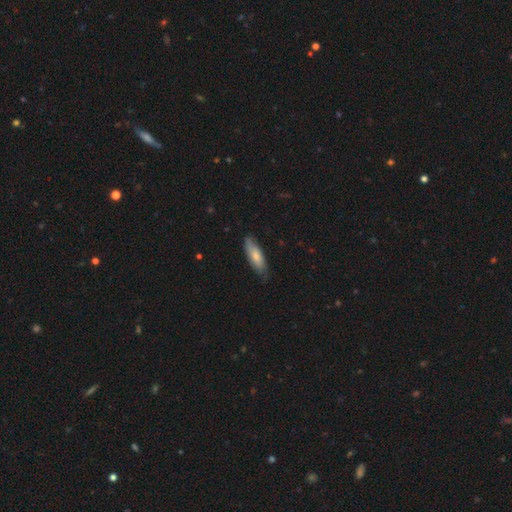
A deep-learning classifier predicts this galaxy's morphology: A smooth galaxy with no disk features (74%) that is in between round and cigar-shaped (54%). Merging: none (76%).